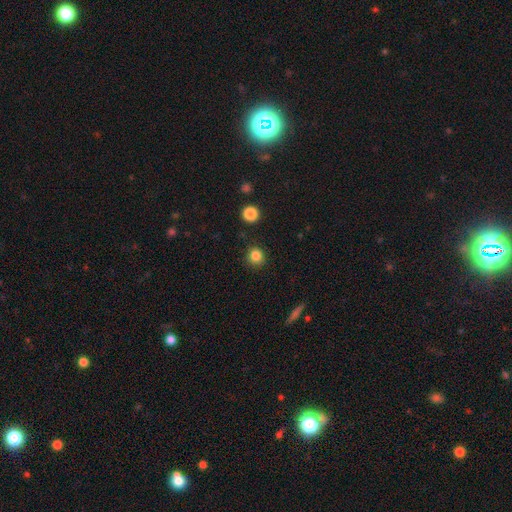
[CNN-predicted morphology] Smooth or featured: smooth — 84% (star or artifact — 12%)
How rounded: round — 90% (in between — 9%)
Merging: none — 88% (minor disturbance — 7%)